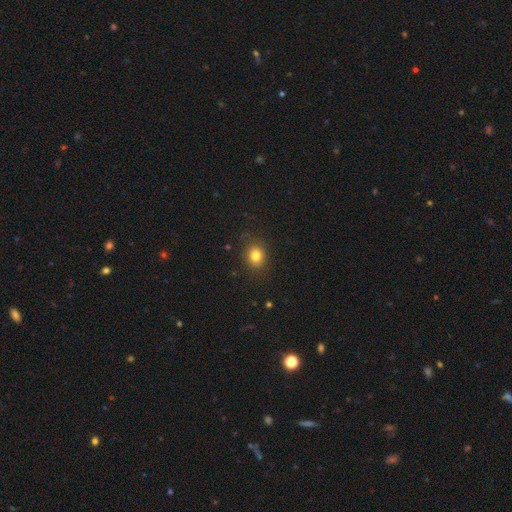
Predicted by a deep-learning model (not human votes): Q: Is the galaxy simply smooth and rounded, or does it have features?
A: smooth — 81%.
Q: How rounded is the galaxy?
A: round — 63%.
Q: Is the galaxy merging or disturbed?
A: none — 85%.